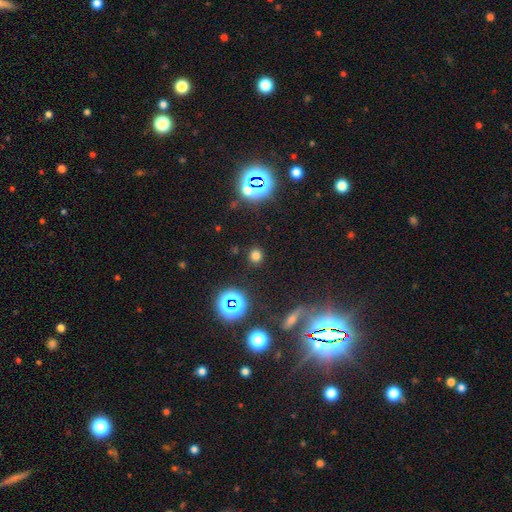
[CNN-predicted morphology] smooth-or-featured: smooth: 69% | star or artifact: 25% | featured or disk: 6%
  how-rounded: round: 86% | in between: 13% | cigar-shaped: 1%
  merging: none: 88% | minor disturbance: 7% | major disturbance: 3% | merger: 2%